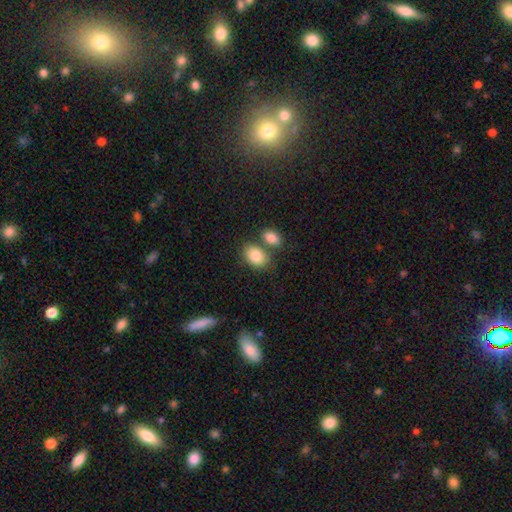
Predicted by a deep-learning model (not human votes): This appears to be a smooth galaxy with no disk features (84%) that is in between round and cigar-shaped (80%). Merging: none (56%).